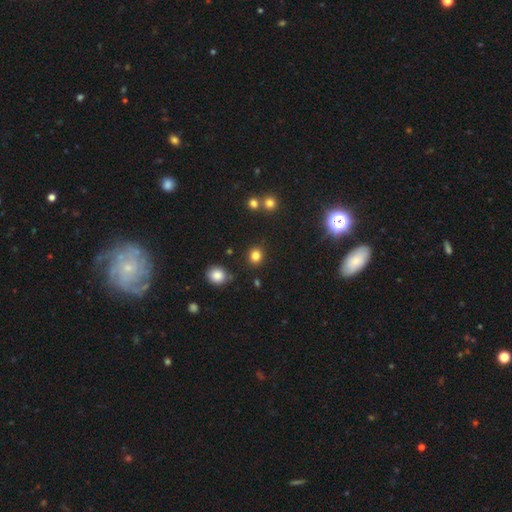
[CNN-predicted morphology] smooth_or_featured: smooth (p=0.82) [alt: star or artifact p=0.14]
how_rounded: round (p=0.85) [alt: in between p=0.14]
merging: none (p=0.88) [alt: minor disturbance p=0.07]